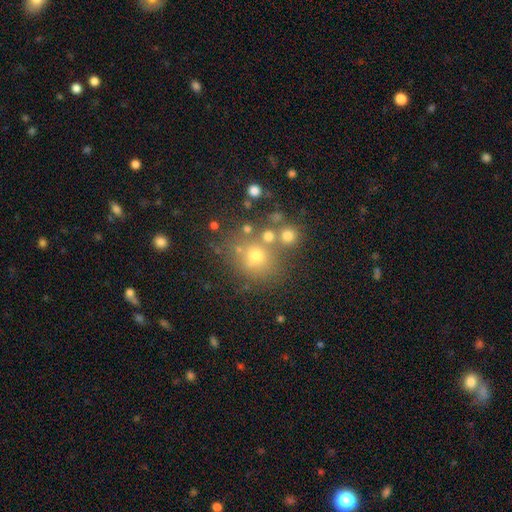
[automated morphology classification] smooth-or-featured: smooth: 62% | star or artifact: 22% | featured or disk: 16%
  how-rounded: round: 82% | in between: 17% | cigar-shaped: 1%
  merging: none: 62% | merger: 20% | minor disturbance: 12% | major disturbance: 6%